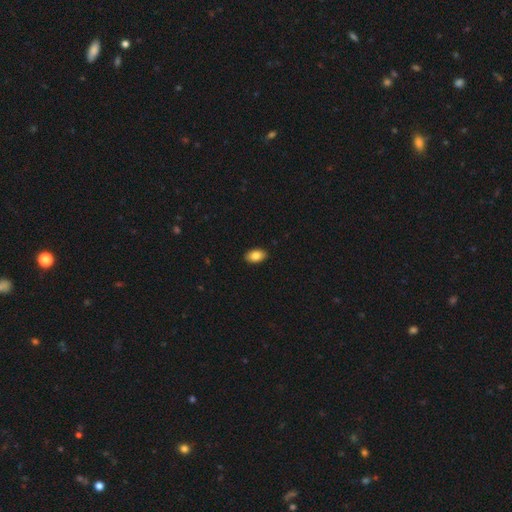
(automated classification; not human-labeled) smooth 85%, featured or disk 8%, star or artifact 7%. Down the decision tree: how rounded — in between (92%); merging — none (90%).